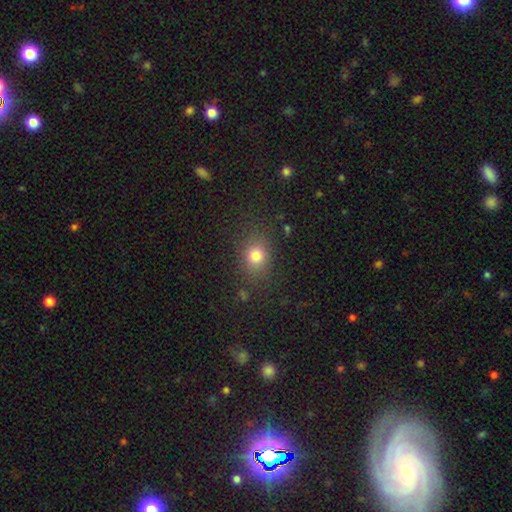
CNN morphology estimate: A smooth galaxy with no disk features (77%) that is round (58%).

Vote fractions:
- Smooth or featured? smooth: 77% / star or artifact: 15% / featured or disk: 8%
- How rounded? round: 58% / in between: 41% / cigar-shaped: 1%
- Merging? none: 80% / minor disturbance: 12% / major disturbance: 5% / merger: 2%